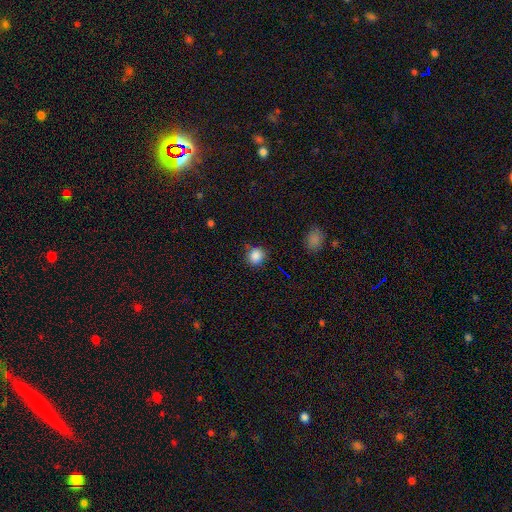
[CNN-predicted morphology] Q: Smooth or featured?
A: smooth (86%); runner-up: star or artifact (11%)
Q: How rounded?
A: round (84%); runner-up: in between (15%)
Q: Merging?
A: none (77%); runner-up: minor disturbance (17%)